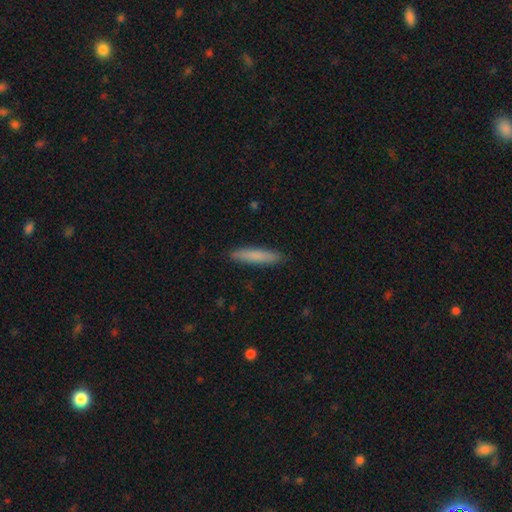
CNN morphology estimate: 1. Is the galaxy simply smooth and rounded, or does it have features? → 81% smooth, 13% featured or disk, 6% star or artifact.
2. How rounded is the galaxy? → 91% cigar-shaped, 8% in between, 1% round.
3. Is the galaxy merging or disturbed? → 90% none, 7% minor disturbance, 2% major disturbance, 1% merger.